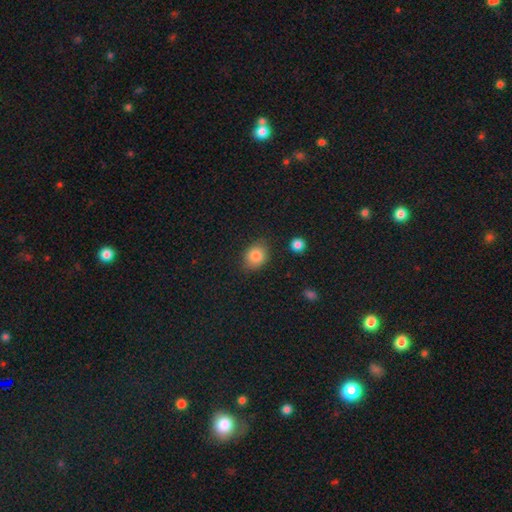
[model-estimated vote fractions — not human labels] The model was most divided on "how rounded": round: 51%, in between: 48%, cigar-shaped: 1%. More confident: smooth or featured — smooth (84%); merging — none (78%).